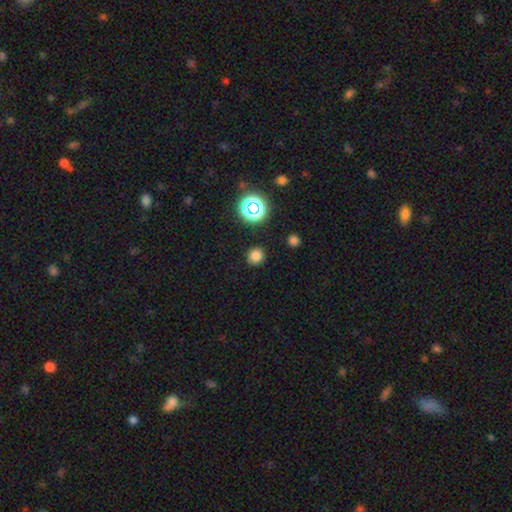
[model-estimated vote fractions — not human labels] Smooth or featured?
  - smooth: 77% *
  - star or artifact: 19%
  - featured or disk: 5%
How rounded?
  - round: 87% *
  - in between: 12%
  - cigar-shaped: 1%
Merging?
  - none: 89% *
  - minor disturbance: 7%
  - major disturbance: 3%
  - merger: 2%